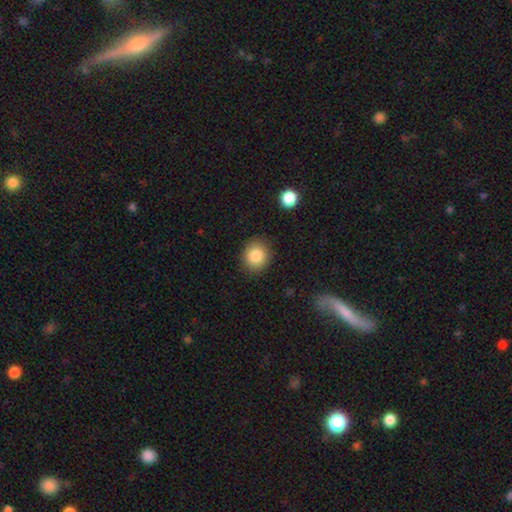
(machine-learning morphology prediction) smooth 85%, star or artifact 9%, featured or disk 6%. Down the decision tree: how rounded — round (79%); merging — none (87%).